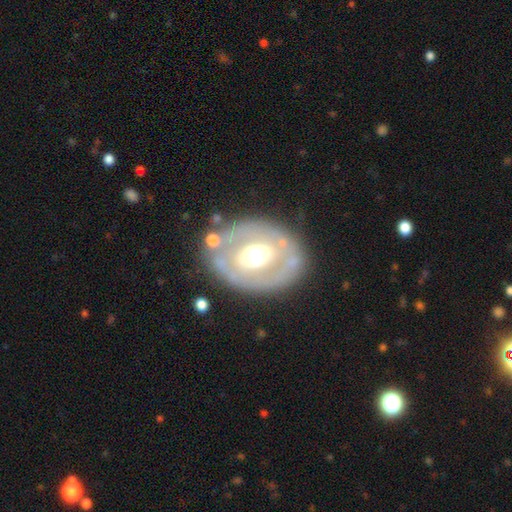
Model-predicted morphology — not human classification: Q: Smooth or featured?
A: featured or disk (58%); runner-up: smooth (34%)
Q: Edge-on disk?
A: no (92%); runner-up: yes (8%)
Q: Bar?
A: no (68%); runner-up: weak (20%)
Q: Spiral arms?
A: no (85%); runner-up: yes (15%)
Q: Bulge size?
A: moderate (55%); runner-up: large (33%)
Q: Merging?
A: none (71%); runner-up: minor disturbance (15%)